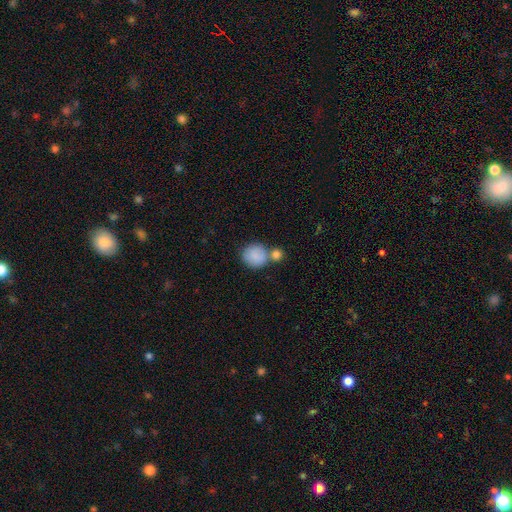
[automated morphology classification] A smooth galaxy with no disk features (86%) that is round (86%). Merging: none (49%).